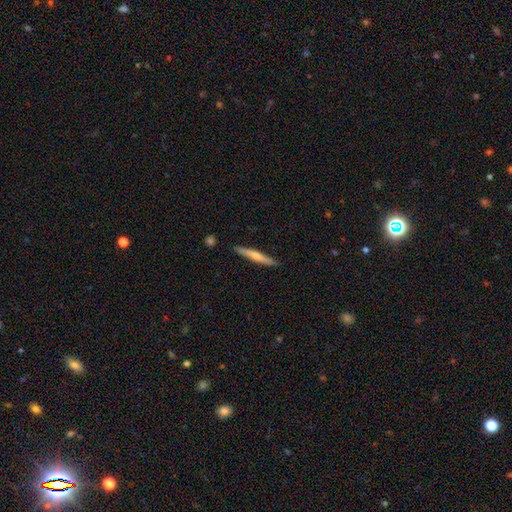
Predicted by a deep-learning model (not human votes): The model was most divided on "smooth or featured": smooth: 49%, featured or disk: 45%, star or artifact: 6%. More confident: merging — none (89%).